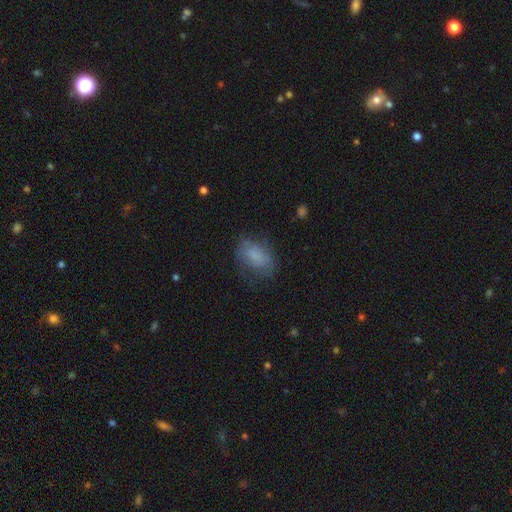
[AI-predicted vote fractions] Smooth or featured? smooth (74%)
How rounded? in between (85%)
Merging? none (61%)